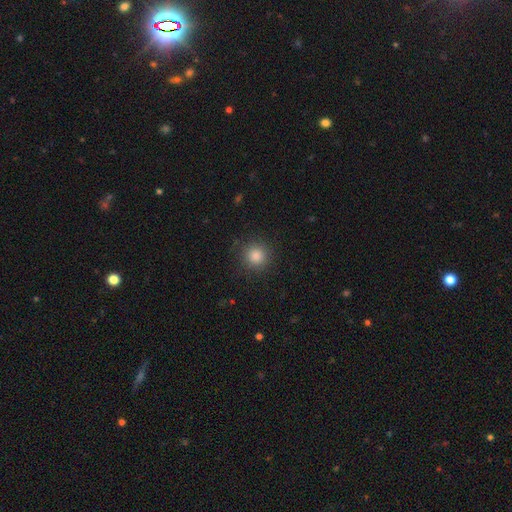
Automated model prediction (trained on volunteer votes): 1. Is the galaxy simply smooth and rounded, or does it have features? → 83% smooth, 12% star or artifact, 4% featured or disk.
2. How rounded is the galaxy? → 94% round, 5% in between, 1% cigar-shaped.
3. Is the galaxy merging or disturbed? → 90% none, 7% minor disturbance, 3% major disturbance, 1% merger.